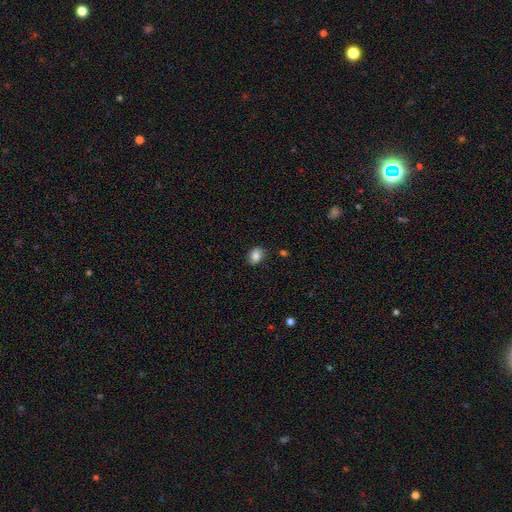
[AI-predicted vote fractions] Smooth or featured: smooth — 83% (star or artifact — 9%)
How rounded: in between — 64% (round — 35%)
Merging: none — 82% (minor disturbance — 13%)